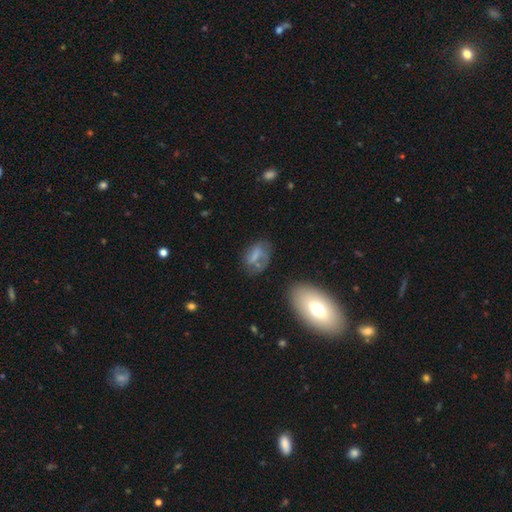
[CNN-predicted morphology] smooth 61%, featured or disk 28%, star or artifact 11%. Down the decision tree: how rounded — in between (82%); merging — none (47%).